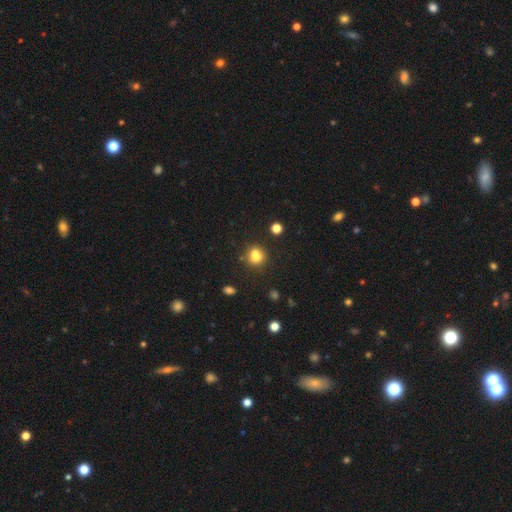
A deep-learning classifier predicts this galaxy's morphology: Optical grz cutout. It shows a smooth galaxy with no disk features (76%) that is round (75%). Merging: none (58%).